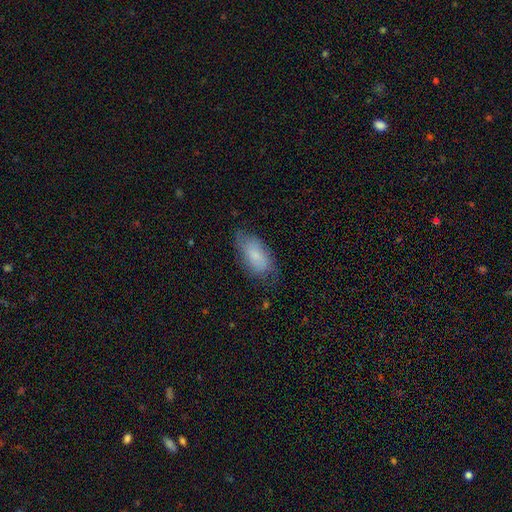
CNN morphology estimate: Smooth or featured? smooth (70%)
How rounded? in between (89%)
Merging? none (63%)